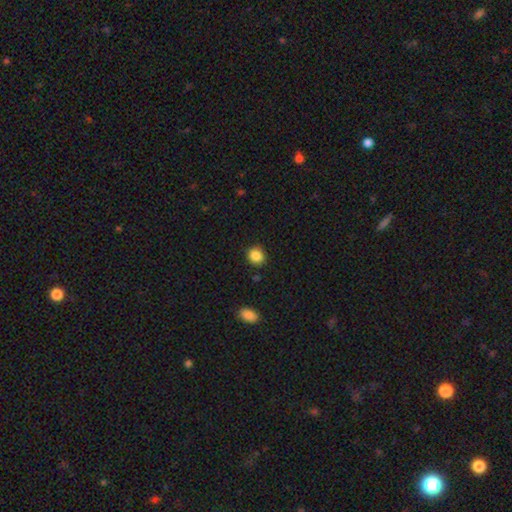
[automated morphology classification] Overall: smooth (87%). How rounded: round (80%). Merging: none (88%).